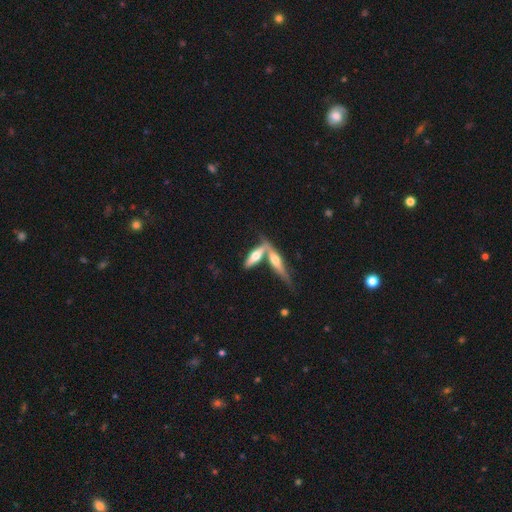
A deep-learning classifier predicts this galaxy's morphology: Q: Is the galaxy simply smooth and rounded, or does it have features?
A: featured or disk — 52%.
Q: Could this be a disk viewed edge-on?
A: yes — 84%.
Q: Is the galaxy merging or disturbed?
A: merger — 51%.